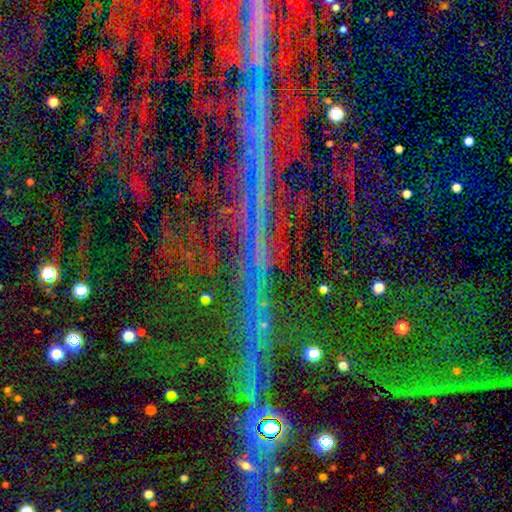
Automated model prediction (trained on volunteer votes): This appears to be a star or artifact, not a galaxy (85%).